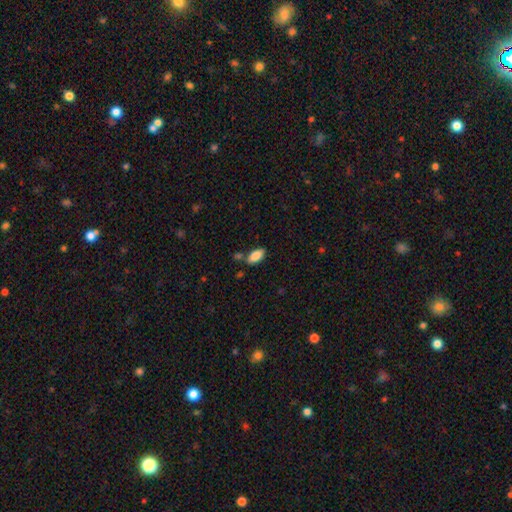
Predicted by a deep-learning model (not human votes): The model was most divided on "merging": none: 73%, minor disturbance: 14%, merger: 10%, major disturbance: 3%. More confident: how rounded — in between (92%); smooth or featured — smooth (86%).